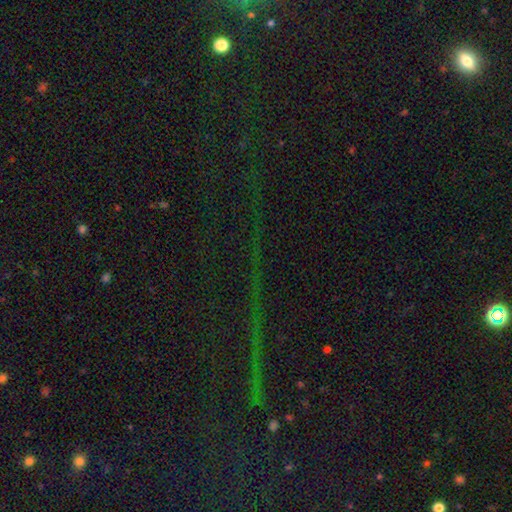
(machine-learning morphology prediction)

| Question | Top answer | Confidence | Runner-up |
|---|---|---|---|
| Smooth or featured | star or artifact | 81% | smooth (10%) |